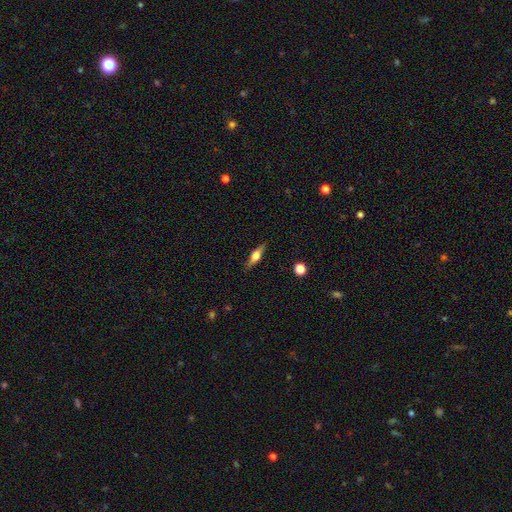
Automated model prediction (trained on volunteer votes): A featured or disk galaxy (60%) viewed edge-on (95%) with a rounded central bulge (92%).

Vote fractions:
- Smooth or featured? featured or disk: 60% / smooth: 34% / star or artifact: 7%
- Edge-on disk? yes: 95% / no: 5%
- Edge-on bulge? rounded: 92% / boxy: 6% / none: 2%
- Merging? none: 87% / minor disturbance: 9% / major disturbance: 2% / merger: 1%